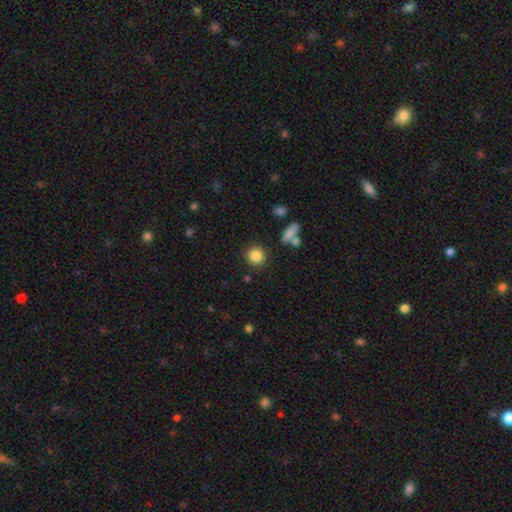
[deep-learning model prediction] Smooth or featured: smooth — 85% (star or artifact — 9%)
How rounded: round — 90% (in between — 9%)
Merging: none — 86% (minor disturbance — 7%)